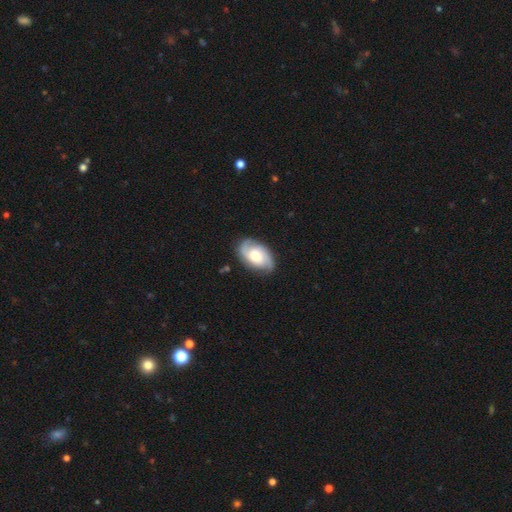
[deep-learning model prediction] Morphology: type=featured or disk (75%); edge-on=no (96%); bar=no (58%); spiral arms=yes (94%); winding=medium (45%); arm count=2 (81%); bulge=moderate (52%); merging=none (81%).